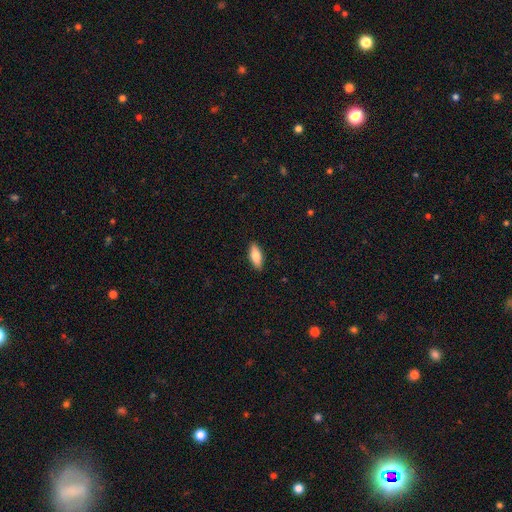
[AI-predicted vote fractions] Smooth or featured? smooth (78%)
How rounded? in between (73%)
Merging? none (90%)